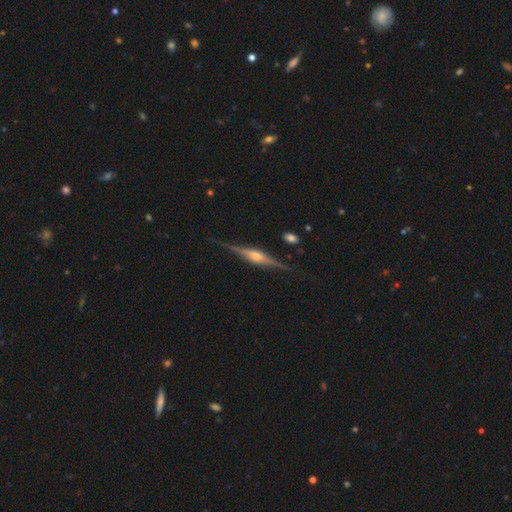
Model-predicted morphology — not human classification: A featured or disk galaxy (86%) viewed edge-on (98%) with a rounded central bulge (82%).

Vote fractions:
- Smooth or featured? featured or disk: 86% / smooth: 8% / star or artifact: 6%
- Edge-on disk? yes: 98% / no: 2%
- Edge-on bulge? rounded: 82% / boxy: 15% / none: 3%
- Merging? none: 87% / minor disturbance: 9% / major disturbance: 2% / merger: 1%